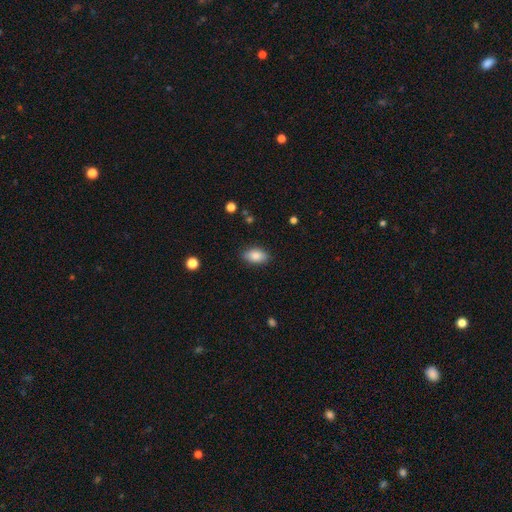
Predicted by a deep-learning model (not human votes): smooth 87%, star or artifact 8%, featured or disk 6%. Down the decision tree: how rounded — in between (91%); merging — none (86%).